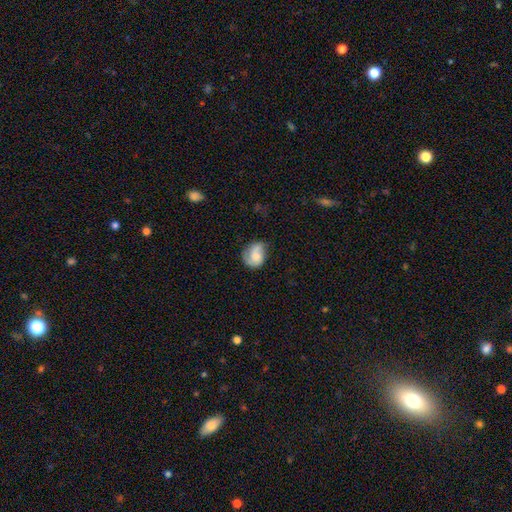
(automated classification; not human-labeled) smooth_or_featured: smooth (p=0.53) [alt: featured or disk p=0.39]
how_rounded: round (p=0.55) [alt: in between p=0.44]
merging: none (p=0.49) [alt: minor disturbance p=0.33]